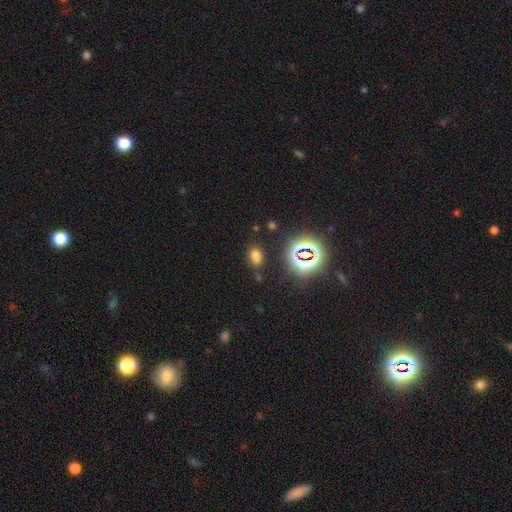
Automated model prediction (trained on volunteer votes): A smooth galaxy with no disk features (62%) that is in between round and cigar-shaped (70%).

Vote fractions:
- Smooth or featured? smooth: 62% / star or artifact: 30% / featured or disk: 8%
- How rounded? in between: 70% / round: 29% / cigar-shaped: 2%
- Merging? none: 73% / minor disturbance: 15% / merger: 7% / major disturbance: 5%